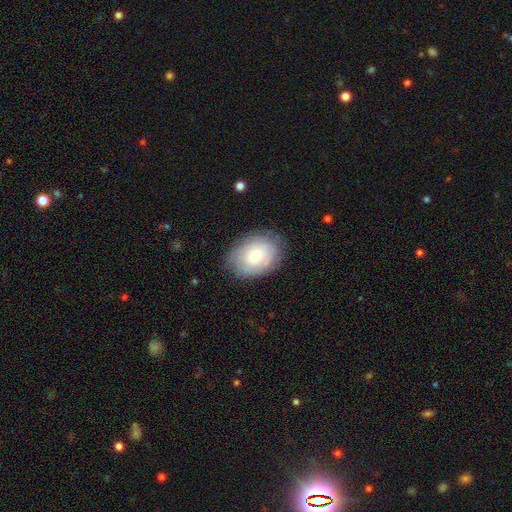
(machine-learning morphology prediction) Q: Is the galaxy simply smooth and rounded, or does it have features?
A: smooth — 70%.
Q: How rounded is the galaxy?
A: in between — 79%.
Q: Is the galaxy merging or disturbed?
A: none — 79%.